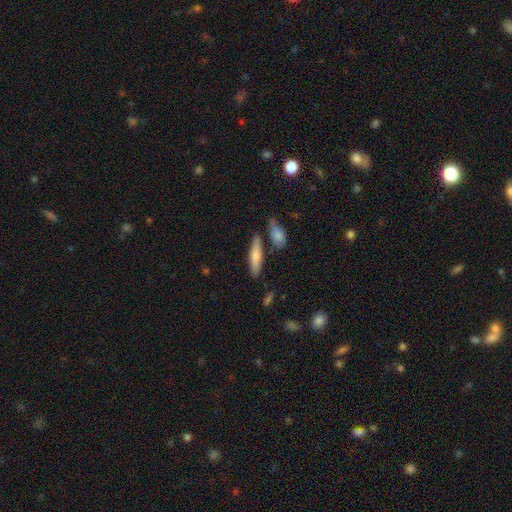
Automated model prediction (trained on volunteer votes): This is likely a smooth galaxy (69%). How rounded: likely cigar-shaped (70%). Merging: likely none (75%).